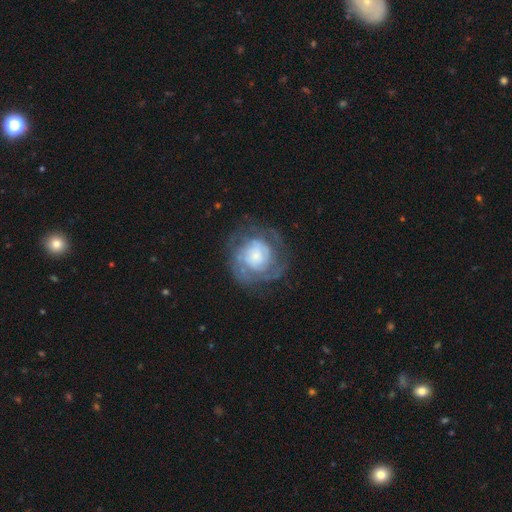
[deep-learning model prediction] A featured or disk galaxy (67%) with no bar (78%), spiral arms (76%) and a small central bulge (33%).

Vote fractions:
- Smooth or featured? featured or disk: 67% / smooth: 26% / star or artifact: 7%
- Edge-on disk? no: 98% / yes: 2%
- Bar? no: 78% / weak: 18% / strong: 4%
- Spiral arms? yes: 76% / no: 24%
- Bulge size? small: 33% / large: 29% / moderate: 25% / none: 8% / dominant: 5%
- Merging? none: 64% / minor disturbance: 17% / major disturbance: 17% / merger: 1%